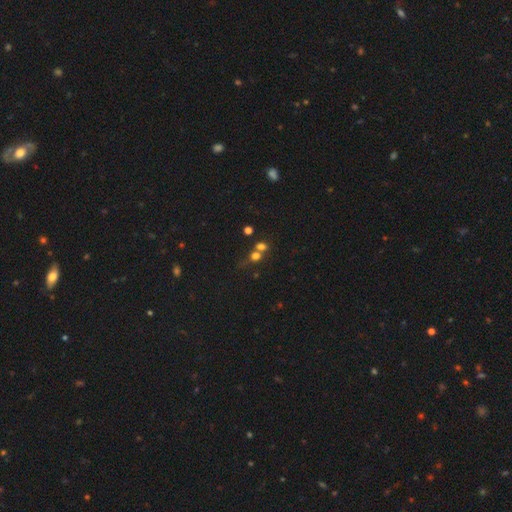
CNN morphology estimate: This appears to be a smooth galaxy with no disk features (65%) that is round (71%). Merging: merger (48%).